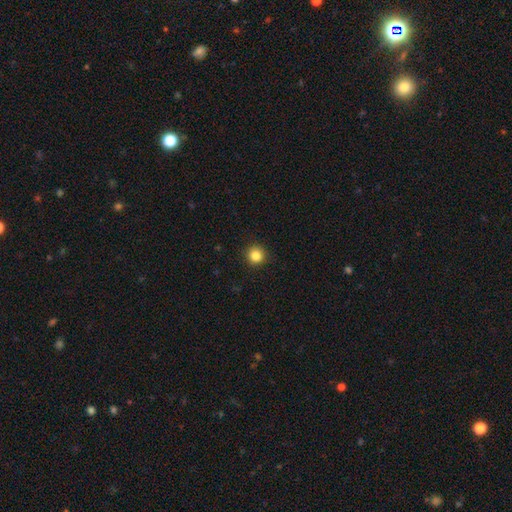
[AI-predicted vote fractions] A smooth galaxy with no disk features (84%) that is round (93%). Merging: none (92%).